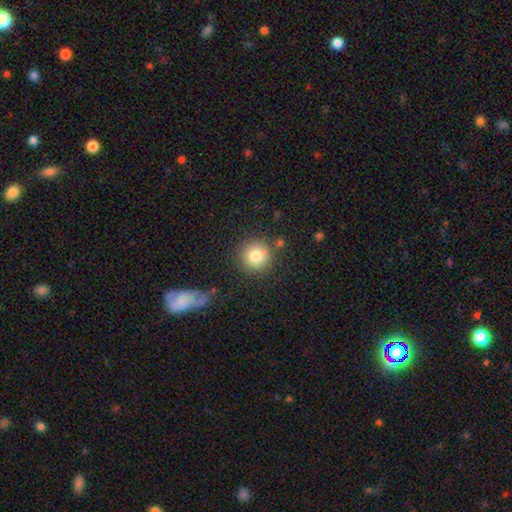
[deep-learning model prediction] Smooth or featured? Predicted: smooth (p=0.81). How rounded? Predicted: round (p=0.94). Merging? Predicted: none (p=0.84).